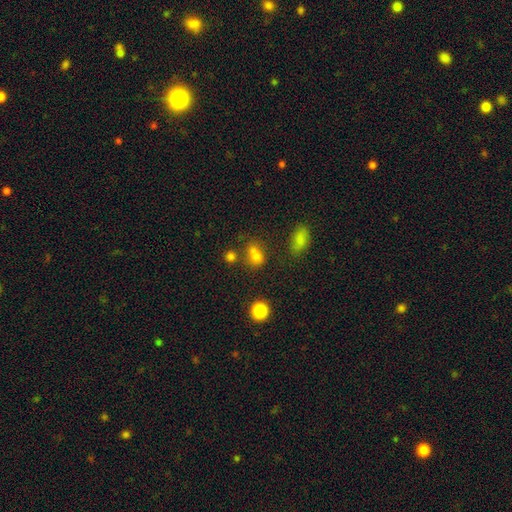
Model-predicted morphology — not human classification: smooth-or-featured: smooth: 72% | star or artifact: 18% | featured or disk: 10%
  how-rounded: round: 54% | in between: 44% | cigar-shaped: 2%
  merging: none: 42% | merger: 39% | minor disturbance: 12% | major disturbance: 6%